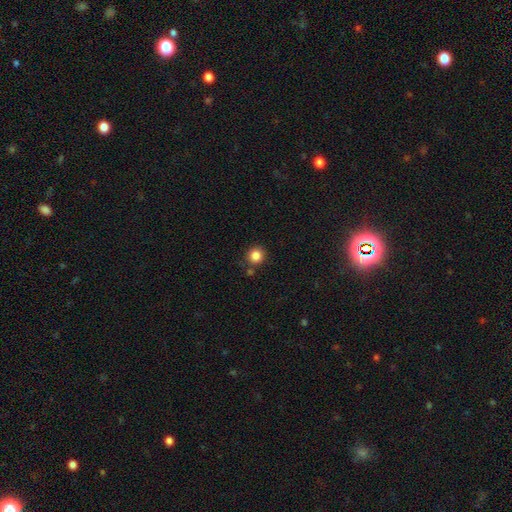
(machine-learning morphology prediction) A smooth galaxy with no disk features (85%) that is round (93%). Merging: none (82%).